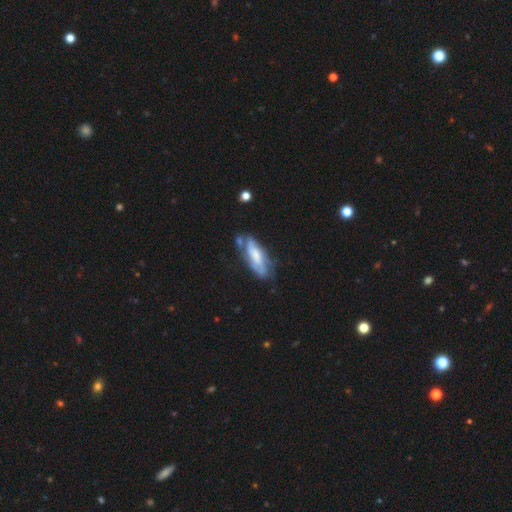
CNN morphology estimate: smooth_or_featured: featured or disk (p=0.53) [alt: smooth p=0.40]
disk_edge_on: no (p=0.77) [alt: yes p=0.23]
merging: none (p=0.50) [alt: minor disturbance p=0.26]